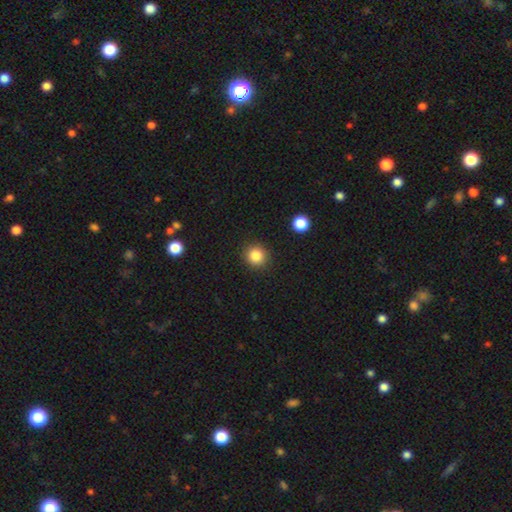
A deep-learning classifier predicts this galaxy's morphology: This is clearly a smooth galaxy (84%). How rounded: clearly round (89%). Merging: clearly none (90%).